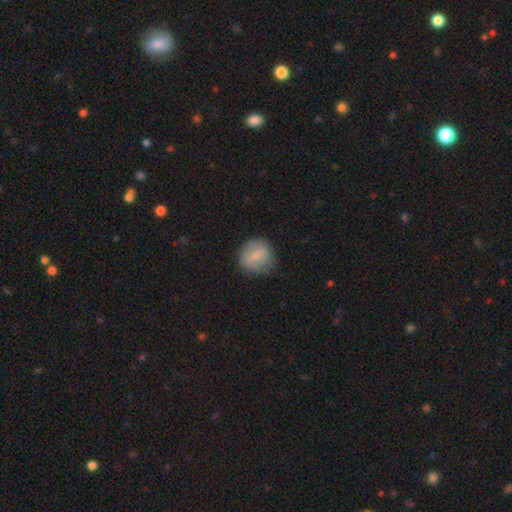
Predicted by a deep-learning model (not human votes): smooth_or_featured: smooth (p=0.72) [alt: featured or disk p=0.21]
how_rounded: round (p=0.85) [alt: in between p=0.14]
merging: none (p=0.78) [alt: minor disturbance p=0.15]